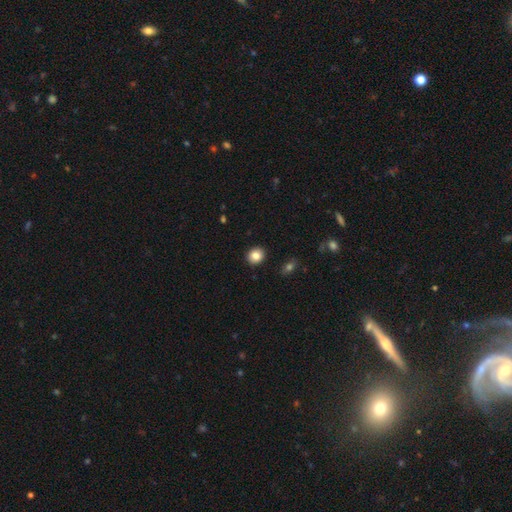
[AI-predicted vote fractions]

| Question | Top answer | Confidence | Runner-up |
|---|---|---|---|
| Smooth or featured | smooth | 84% | star or artifact (9%) |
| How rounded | round | 78% | in between (21%) |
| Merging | none | 91% | minor disturbance (6%) |